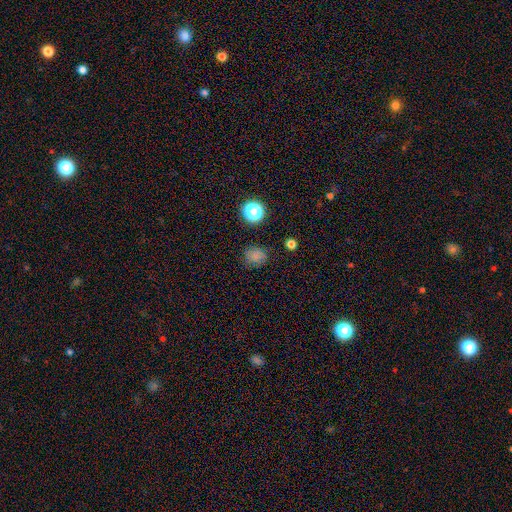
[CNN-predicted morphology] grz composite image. It shows a smooth galaxy with no disk features (76%) that is round (76%). Merging: none (80%).